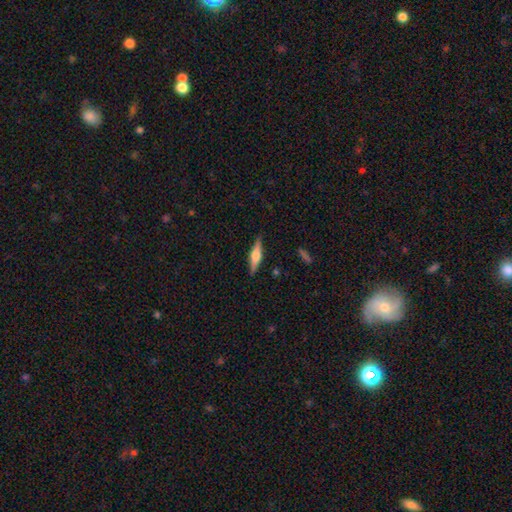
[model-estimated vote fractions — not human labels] This is likely a featured or disk galaxy (63%). It is clearly viewed edge-on (97%). Edge-on bulge: clearly rounded (86%). Merging: clearly none (89%).